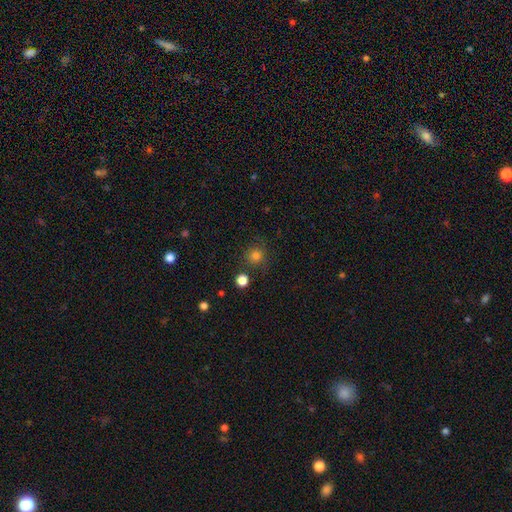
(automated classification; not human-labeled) Morphology: type=smooth (80%); roundness=round (93%); merging=none (81%).